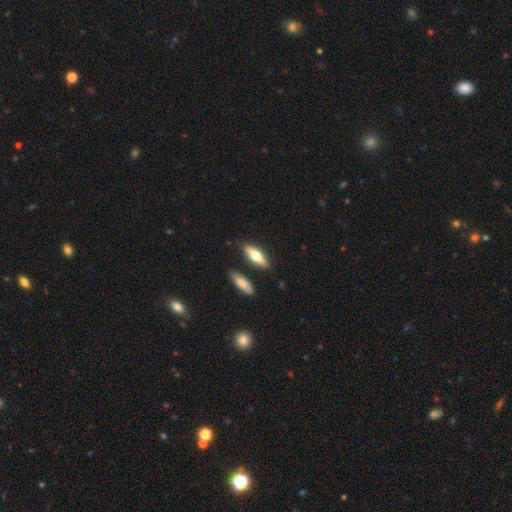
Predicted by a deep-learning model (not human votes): This appears to be a smooth galaxy with no disk features (61%) that is in between round and cigar-shaped (53%). Merging: none (83%).